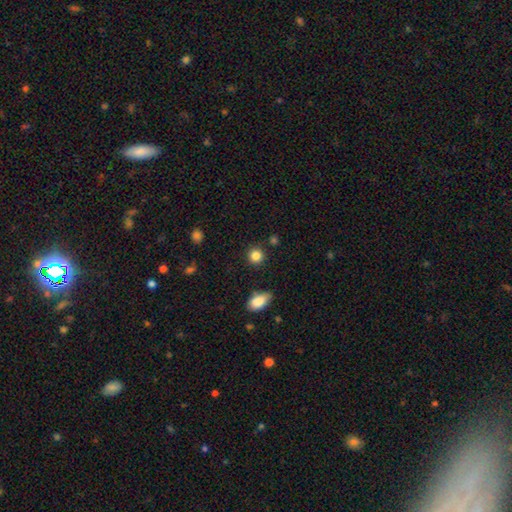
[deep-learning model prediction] Morphology: type=smooth (85%); roundness=round (90%); merging=none (87%).